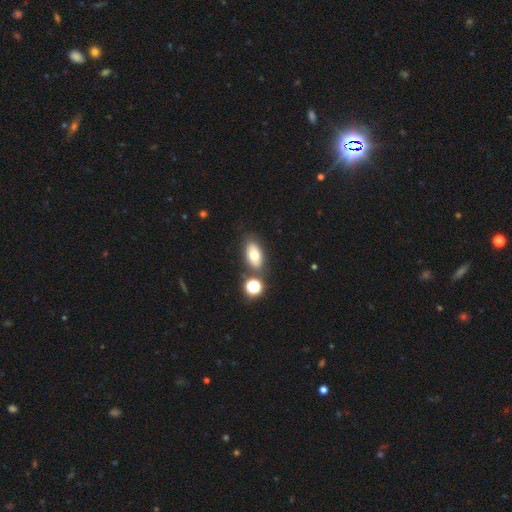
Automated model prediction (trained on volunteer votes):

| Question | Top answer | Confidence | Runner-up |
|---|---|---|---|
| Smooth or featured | smooth | 68% | featured or disk (21%) |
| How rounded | in between | 88% | round (8%) |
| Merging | none | 73% | minor disturbance (12%) |